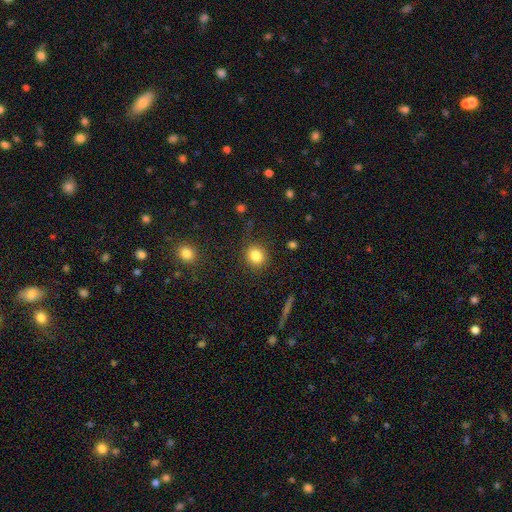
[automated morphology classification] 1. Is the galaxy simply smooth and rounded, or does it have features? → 83% smooth, 11% star or artifact, 6% featured or disk.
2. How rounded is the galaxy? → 83% round, 16% in between, 1% cigar-shaped.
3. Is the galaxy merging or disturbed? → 86% none, 9% minor disturbance, 3% major disturbance, 2% merger.